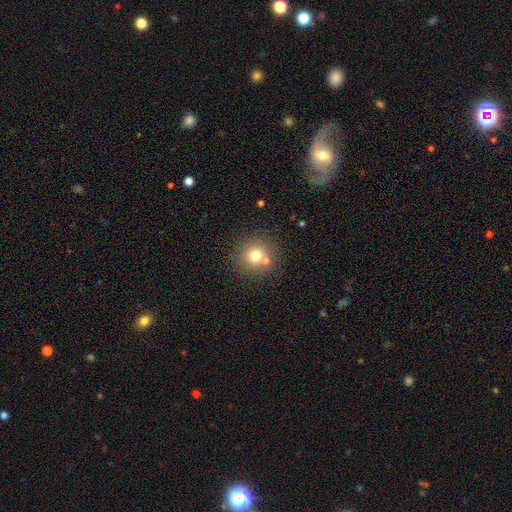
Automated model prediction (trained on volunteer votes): smooth-or-featured: smooth: 73% | star or artifact: 14% | featured or disk: 13%
  how-rounded: round: 93% | in between: 6% | cigar-shaped: 1%
  merging: none: 75% | merger: 14% | minor disturbance: 8% | major disturbance: 3%